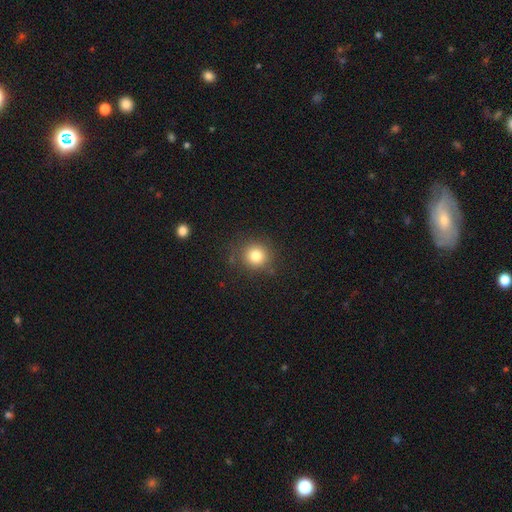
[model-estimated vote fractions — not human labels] smooth-or-featured: smooth: 80% | star or artifact: 12% | featured or disk: 7%
  how-rounded: round: 91% | in between: 9% | cigar-shaped: 1%
  merging: none: 84% | minor disturbance: 10% | major disturbance: 4% | merger: 2%